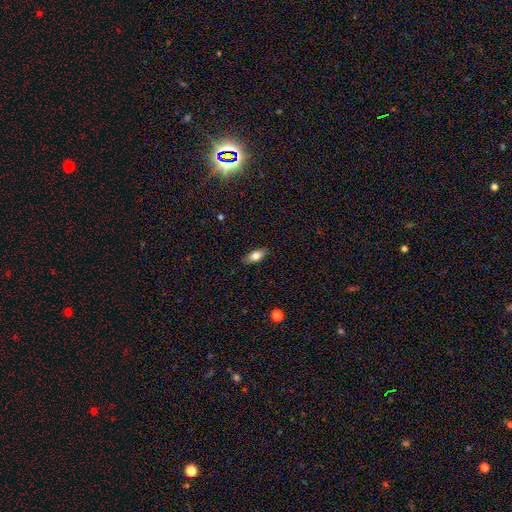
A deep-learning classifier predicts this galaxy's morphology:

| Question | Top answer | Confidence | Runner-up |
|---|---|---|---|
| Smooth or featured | smooth | 74% | featured or disk (18%) |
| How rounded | in between | 83% | cigar-shaped (14%) |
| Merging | none | 86% | minor disturbance (11%) |